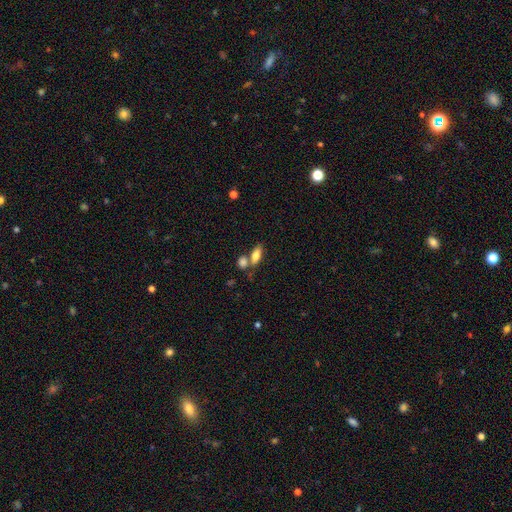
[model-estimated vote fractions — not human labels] This appears to be a smooth galaxy with no disk features (75%) that is in between round and cigar-shaped (79%). Merging: none (50%).